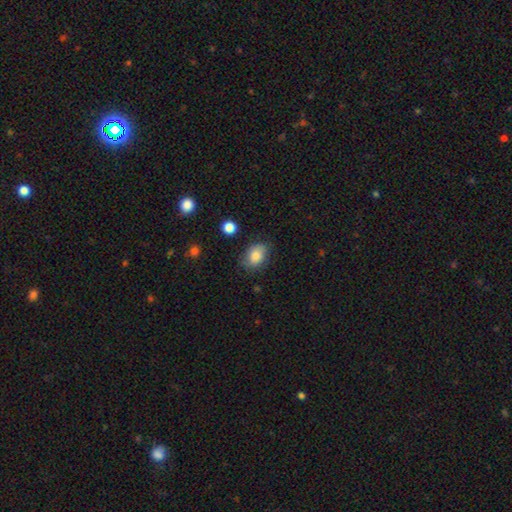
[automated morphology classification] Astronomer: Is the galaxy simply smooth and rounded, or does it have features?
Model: smooth — 82%.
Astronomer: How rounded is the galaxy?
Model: in between — 76%.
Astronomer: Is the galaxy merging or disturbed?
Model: none — 74%.